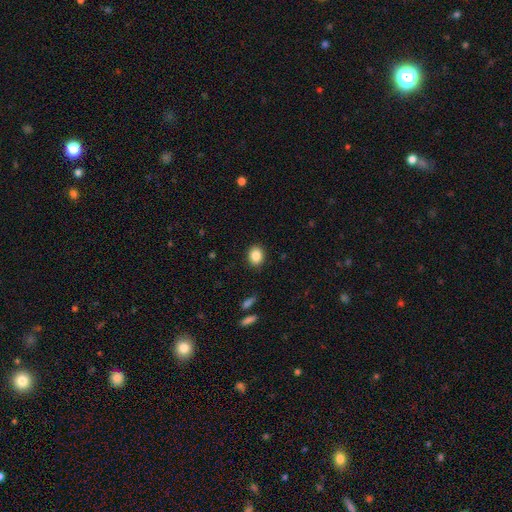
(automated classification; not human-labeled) This appears to be a smooth galaxy with no disk features (86%) that is round (53%). Merging: none (89%).